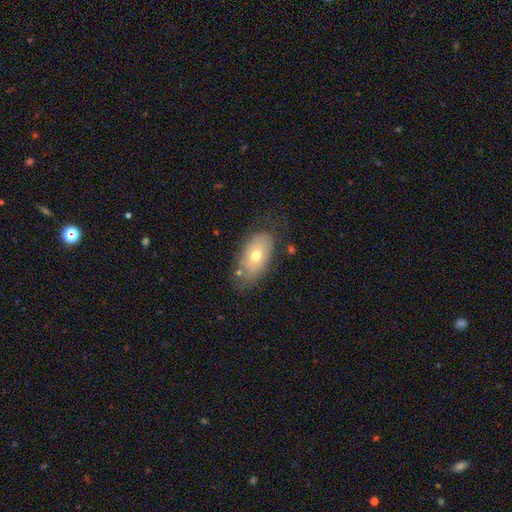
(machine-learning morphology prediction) Smooth or featured: smooth — 62% (featured or disk — 30%)
How rounded: in between — 91% (round — 7%)
Merging: none — 65% (minor disturbance — 22%)